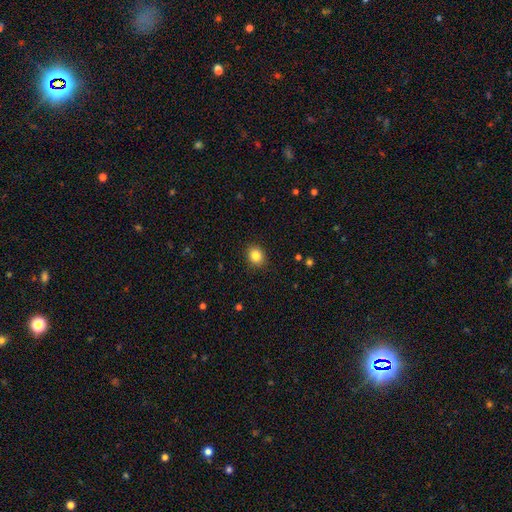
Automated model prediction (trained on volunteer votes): Smooth or featured?
  - smooth: 84% *
  - star or artifact: 10%
  - featured or disk: 5%
How rounded?
  - round: 64% *
  - in between: 35%
  - cigar-shaped: 1%
Merging?
  - none: 89% *
  - minor disturbance: 7%
  - major disturbance: 2%
  - merger: 1%